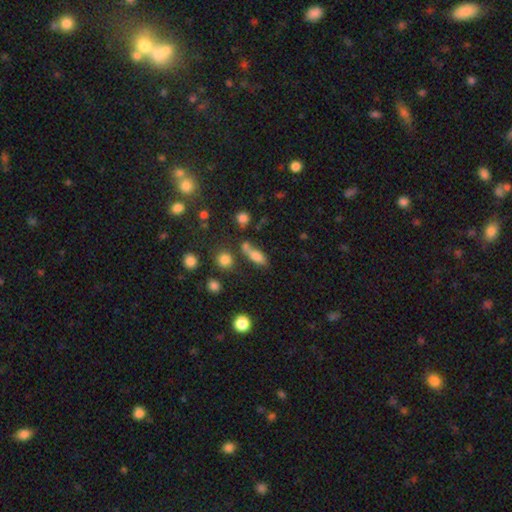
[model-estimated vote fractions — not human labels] smooth_or_featured: smooth (p=0.74) [alt: featured or disk p=0.14]
how_rounded: in between (p=0.66) [alt: cigar-shaped p=0.27]
merging: none (p=0.54) [alt: merger p=0.22]